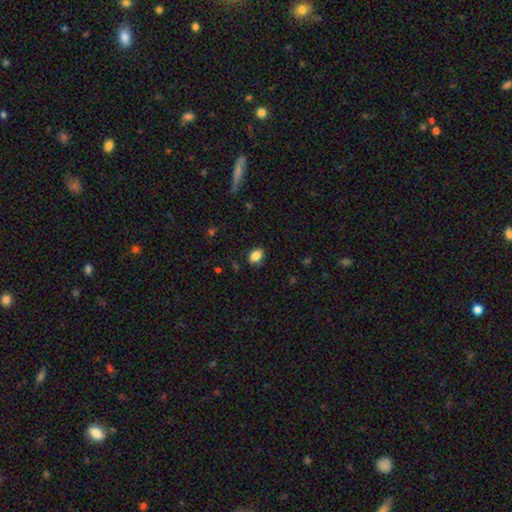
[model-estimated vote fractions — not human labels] smooth_or_featured: smooth (p=0.83) [alt: star or artifact p=0.09]
how_rounded: in between (p=0.74) [alt: round p=0.25]
merging: none (p=0.83) [alt: minor disturbance p=0.13]